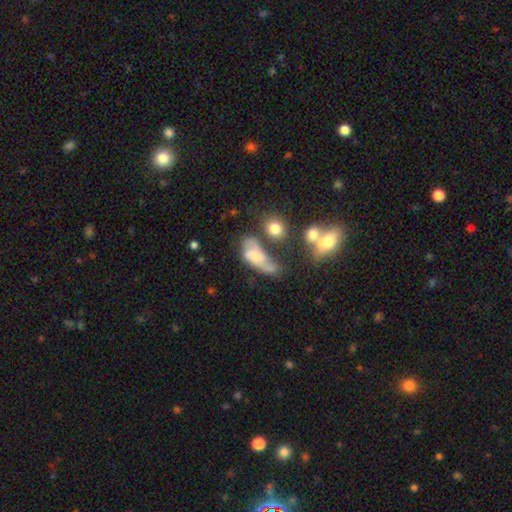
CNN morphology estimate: Smooth or featured: smooth — 49% (featured or disk — 41%)
Merging: major disturbance — 29% (none — 24%)